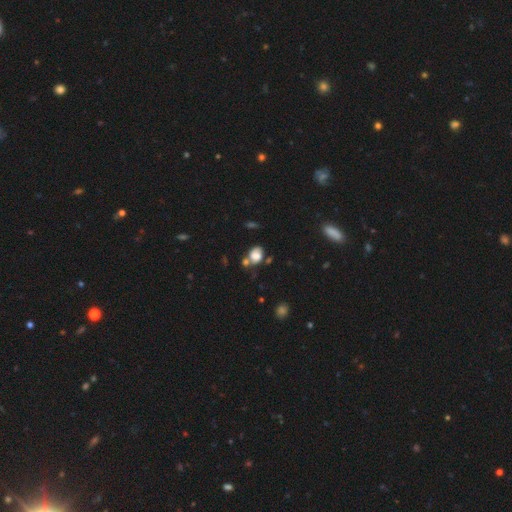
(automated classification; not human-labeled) Q: Smooth or featured?
A: smooth (69%); runner-up: featured or disk (20%)
Q: How rounded?
A: in between (63%); runner-up: round (36%)
Q: Merging?
A: none (41%); runner-up: merger (30%)